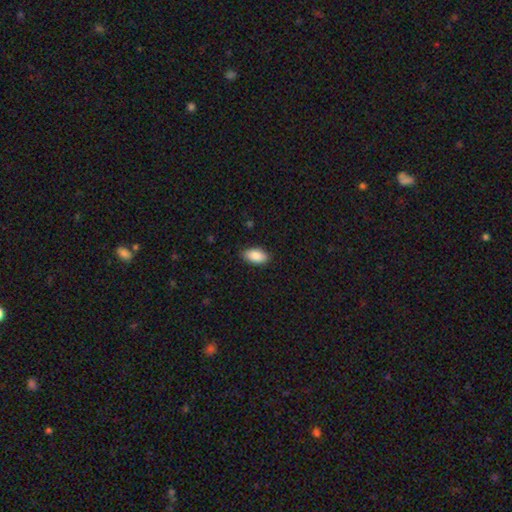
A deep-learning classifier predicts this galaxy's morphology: Smooth or featured? smooth (88%)
How rounded? in between (94%)
Merging? none (87%)